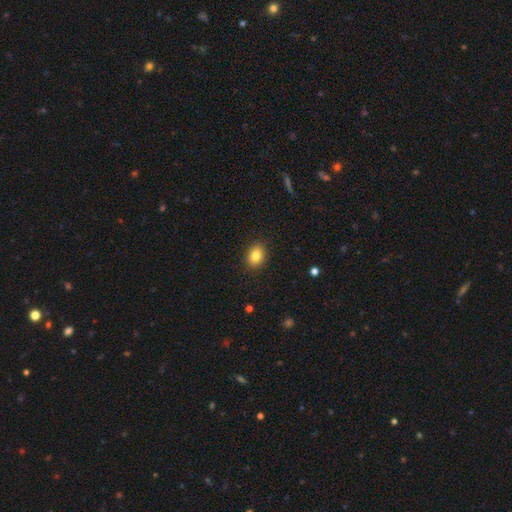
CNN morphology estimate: Q: Smooth or featured?
A: smooth (83%); runner-up: star or artifact (10%)
Q: How rounded?
A: in between (55%); runner-up: round (44%)
Q: Merging?
A: none (90%); runner-up: minor disturbance (7%)